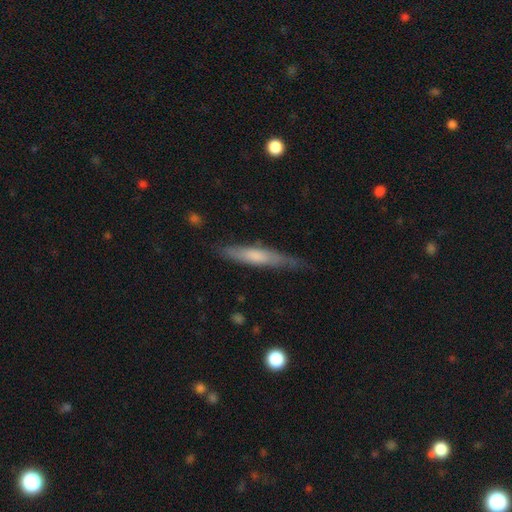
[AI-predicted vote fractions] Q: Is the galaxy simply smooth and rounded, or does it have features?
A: smooth — 59%.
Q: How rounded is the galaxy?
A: cigar-shaped — 89%.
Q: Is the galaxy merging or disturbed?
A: none — 73%.